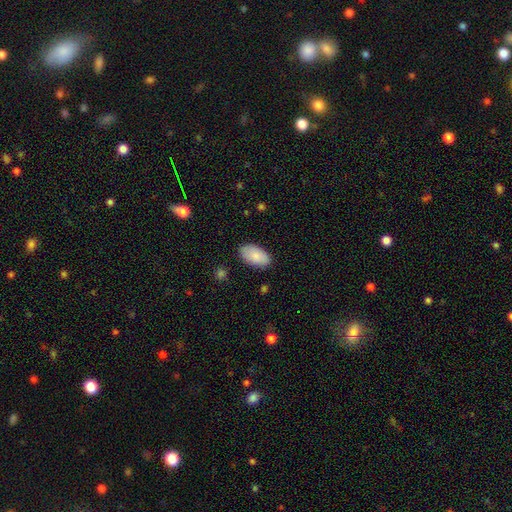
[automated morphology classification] Smooth or featured? smooth (85%)
How rounded? in between (95%)
Merging? none (84%)